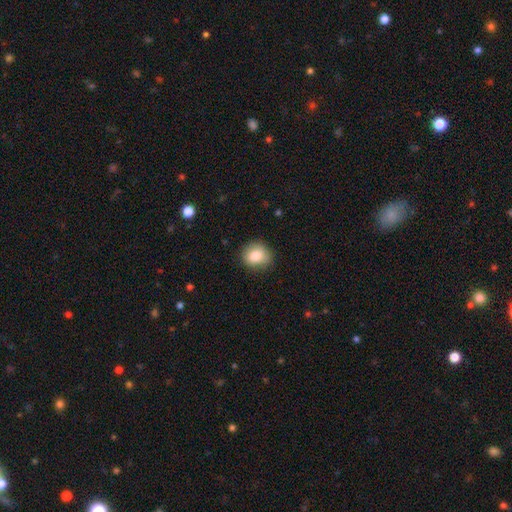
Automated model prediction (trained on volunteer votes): Overall: smooth (83%). How rounded: round (75%). Merging: none (82%).